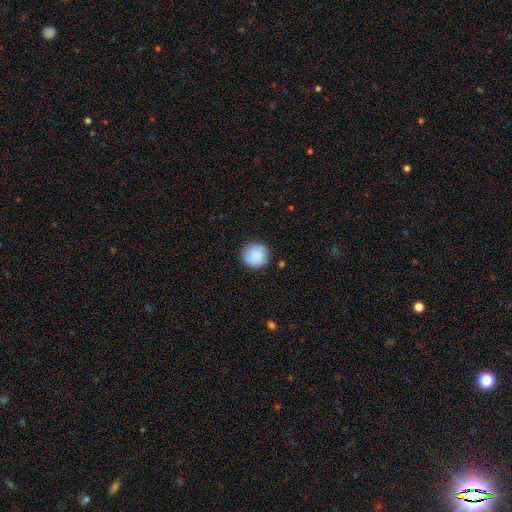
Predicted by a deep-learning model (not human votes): The model was most divided on "merging": none: 87%, minor disturbance: 9%, major disturbance: 2%, merger: 1%. More confident: how rounded — round (94%); smooth or featured — smooth (89%).